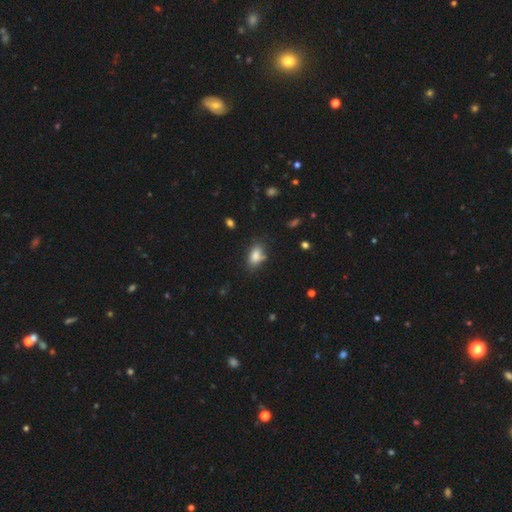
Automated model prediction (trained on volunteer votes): This appears to be a smooth galaxy with no disk features (82%) that is in between round and cigar-shaped (86%). Merging: none (67%).